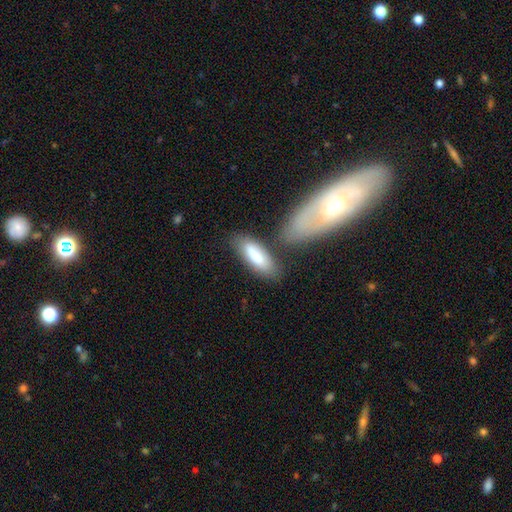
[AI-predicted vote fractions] This appears to be a smooth galaxy with no disk features (80%) that is in between round and cigar-shaped (62%). Merging: none (63%).